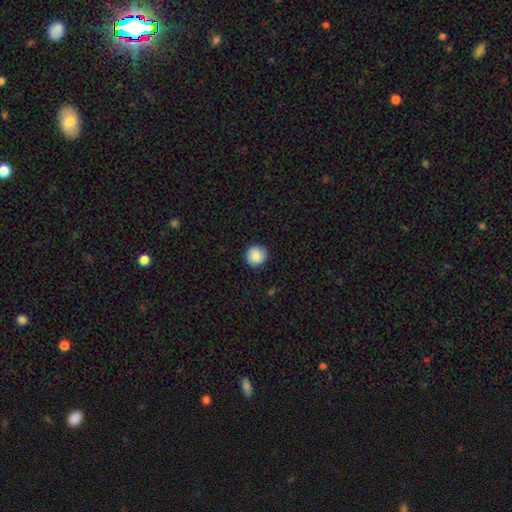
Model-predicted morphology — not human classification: smooth 89%, star or artifact 8%, featured or disk 3%. Down the decision tree: how rounded — round (95%); merging — none (92%).